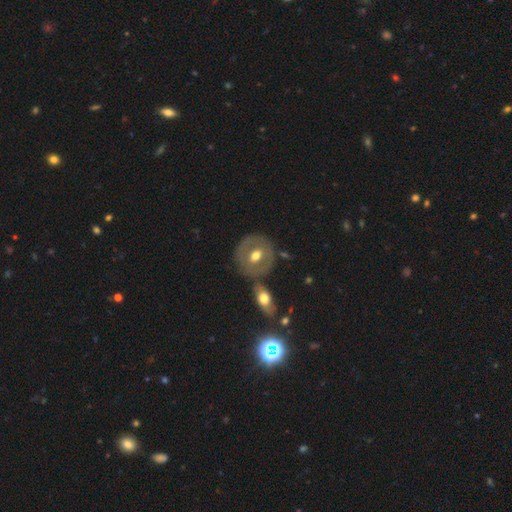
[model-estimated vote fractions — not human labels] smooth-or-featured: featured or disk: 49% | smooth: 45% | star or artifact: 6%
  merging: none: 72% | merger: 12% | minor disturbance: 12% | major disturbance: 4%